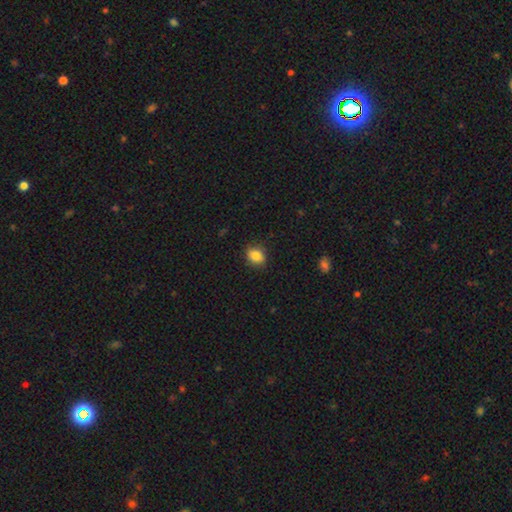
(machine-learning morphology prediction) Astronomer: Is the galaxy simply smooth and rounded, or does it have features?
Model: smooth — 86%.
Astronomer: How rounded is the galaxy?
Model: in between — 61% (runner-up: round, 37%).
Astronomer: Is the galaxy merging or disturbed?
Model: none — 87%.